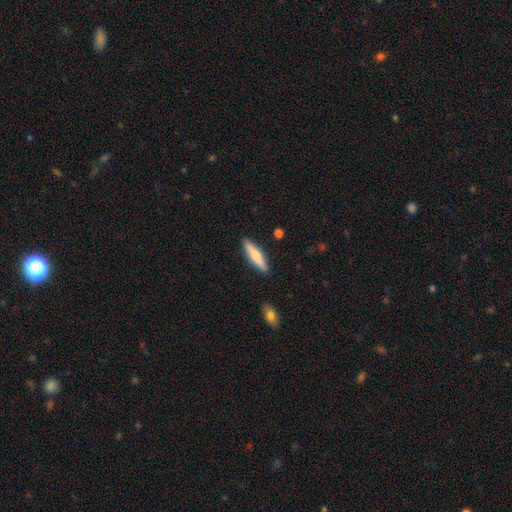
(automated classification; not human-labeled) Morphology: type=smooth (61%); roundness=cigar-shaped (80%); merging=none (89%).